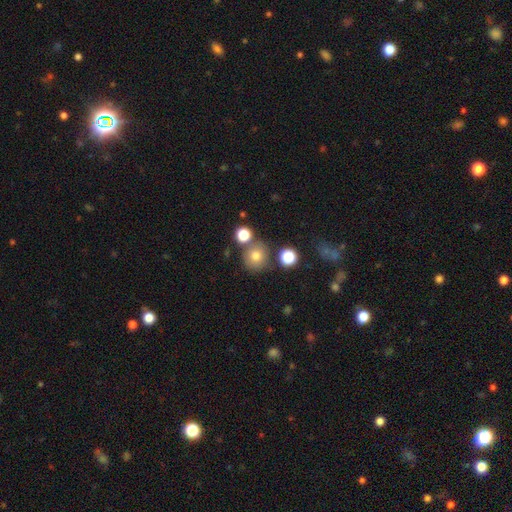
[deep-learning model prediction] Smooth or featured? smooth (75%)
How rounded? round (87%)
Merging? none (71%)